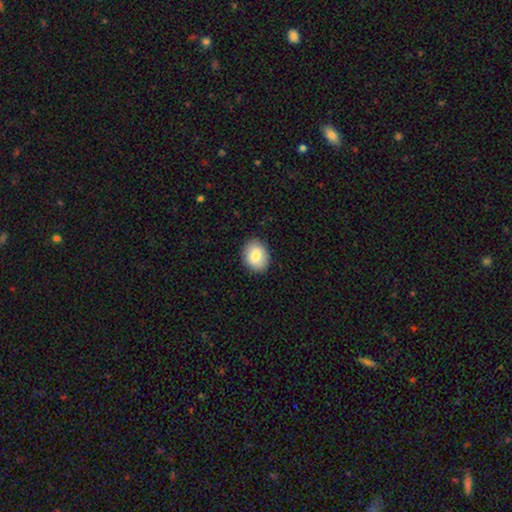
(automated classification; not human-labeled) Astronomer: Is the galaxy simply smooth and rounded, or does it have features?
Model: smooth — 81%.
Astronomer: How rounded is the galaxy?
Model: in between — 58% (runner-up: round, 42%).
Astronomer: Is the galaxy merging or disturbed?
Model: none — 88%.